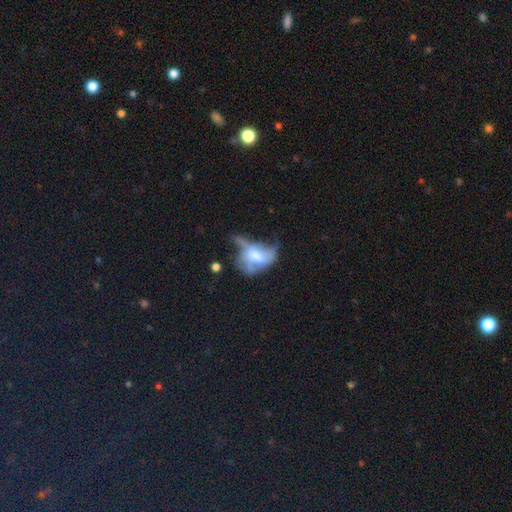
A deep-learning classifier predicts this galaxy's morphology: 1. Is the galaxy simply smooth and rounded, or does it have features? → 51% featured or disk, 40% smooth, 10% star or artifact.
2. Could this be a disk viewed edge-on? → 93% no, 7% yes.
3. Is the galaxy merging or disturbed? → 46% major disturbance, 21% minor disturbance, 20% none, 14% merger.